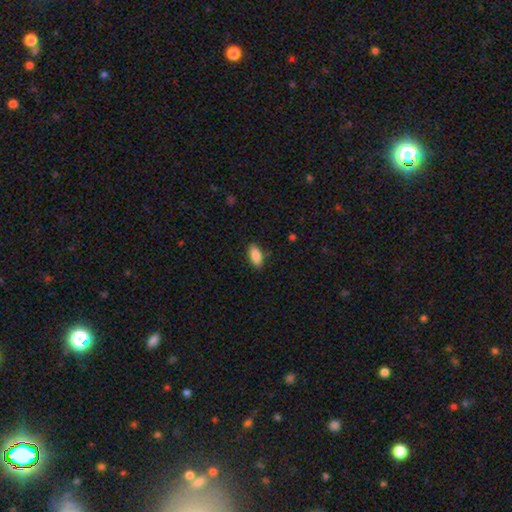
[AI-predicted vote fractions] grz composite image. It shows a smooth galaxy with no disk features (88%) that is in between round and cigar-shaped (85%). Merging: none (85%).